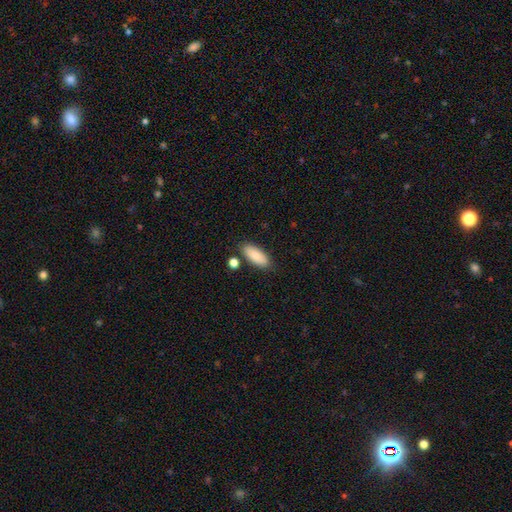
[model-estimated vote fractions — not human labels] Smooth or featured: smooth — 86% (featured or disk — 8%)
How rounded: in between — 84% (cigar-shaped — 14%)
Merging: none — 82% (minor disturbance — 11%)